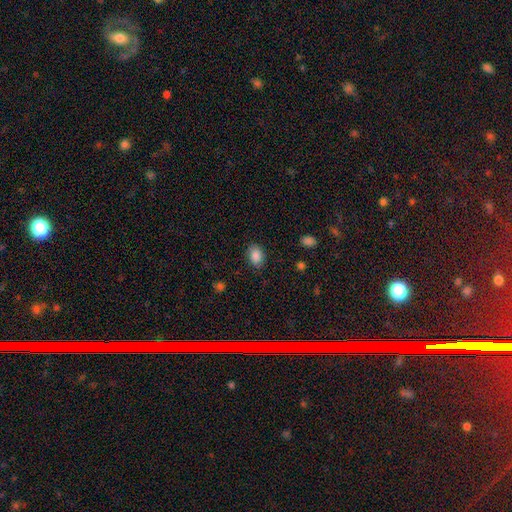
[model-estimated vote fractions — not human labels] smooth 87%, star or artifact 8%, featured or disk 4%. Down the decision tree: how rounded — in between (81%); merging — none (84%).